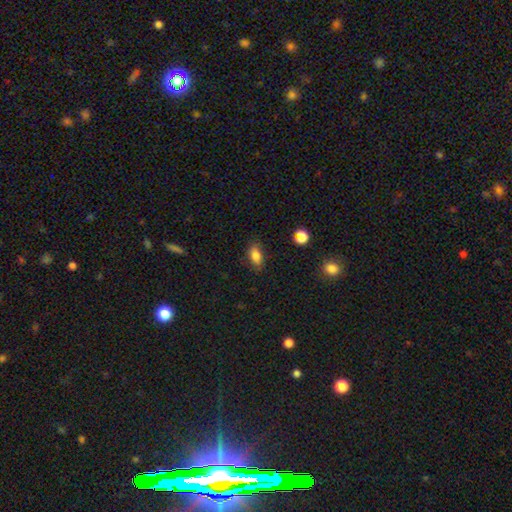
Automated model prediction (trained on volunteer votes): A smooth galaxy with no disk features (82%) that is in between round and cigar-shaped (85%). Merging: none (82%).